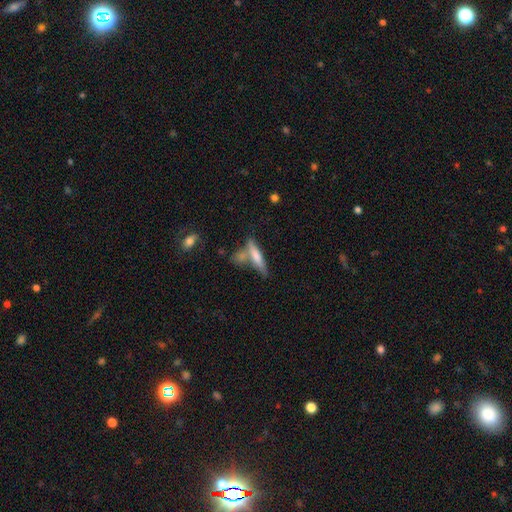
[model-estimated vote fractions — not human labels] Smooth or featured? Predicted: smooth (p=0.63). How rounded? Predicted: cigar-shaped (p=0.81). Merging? Predicted: none (p=0.54).